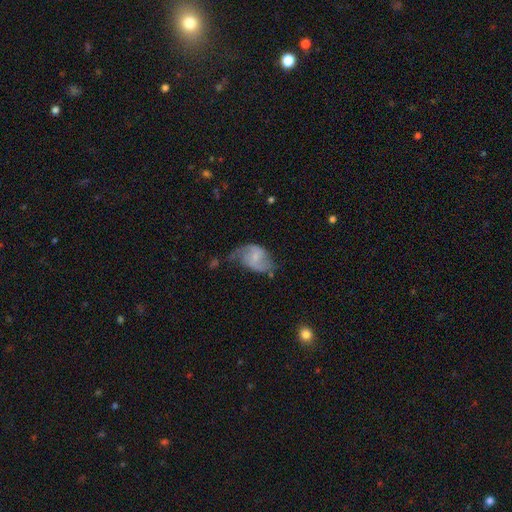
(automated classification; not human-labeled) A featured or disk galaxy (65%) with no bar (55%), 2 (80%) loose (47%) spiral arms (87%) and a small central bulge (63%).

Vote fractions:
- Smooth or featured? featured or disk: 65% / smooth: 28% / star or artifact: 7%
- Edge-on disk? no: 97% / yes: 3%
- Bar? no: 55% / weak: 37% / strong: 8%
- Spiral arms? yes: 87% / no: 13%
- Spiral winding? loose: 47% / medium: 38% / tight: 15%
- Spiral arm count? 2: 80% / can't tell: 9% / 1: 8% / 3: 2% / 4: 1% / more than 4: 1%
- Bulge size? small: 63% / moderate: 23% / none: 11% / large: 2% / dominant: 1%
- Merging? none: 41% / minor disturbance: 32% / major disturbance: 23% / merger: 4%